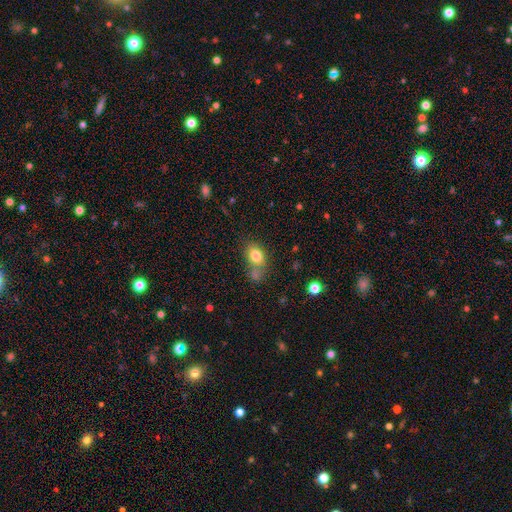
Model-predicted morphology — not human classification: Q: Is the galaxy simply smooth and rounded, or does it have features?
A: smooth — 80%.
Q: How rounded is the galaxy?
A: in between — 70%.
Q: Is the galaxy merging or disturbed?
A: none — 49%.